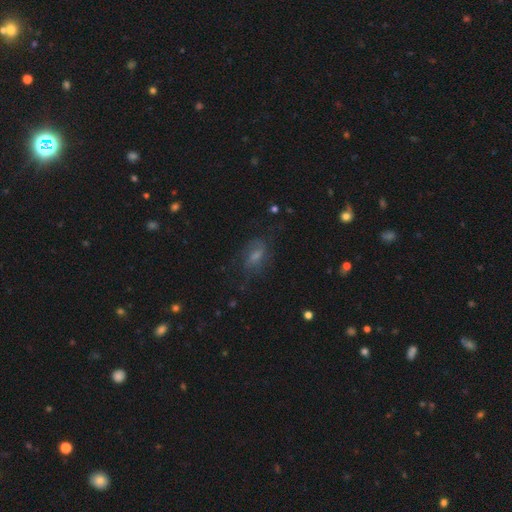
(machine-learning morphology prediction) The model was most divided on "smooth or featured": smooth: 43%, featured or disk: 41%, star or artifact: 15%. More confident: merging — none (58%).